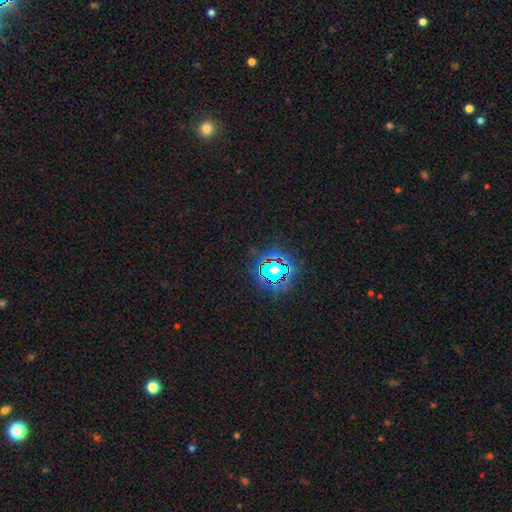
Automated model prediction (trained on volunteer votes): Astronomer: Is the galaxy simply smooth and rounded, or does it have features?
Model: star or artifact — 80%.